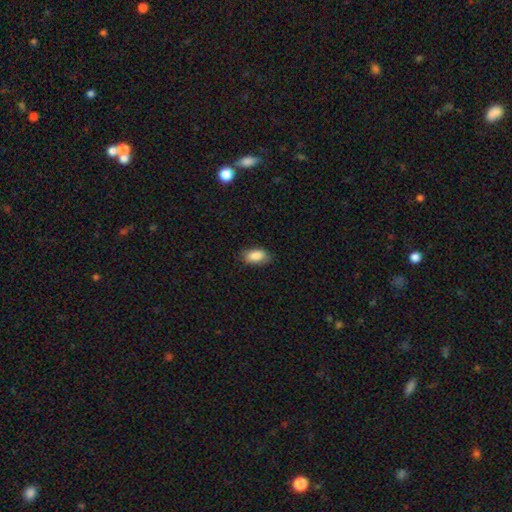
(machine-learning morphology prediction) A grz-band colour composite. It shows a smooth galaxy with no disk features (87%) that is in between round and cigar-shaped (92%). Merging: none (80%).